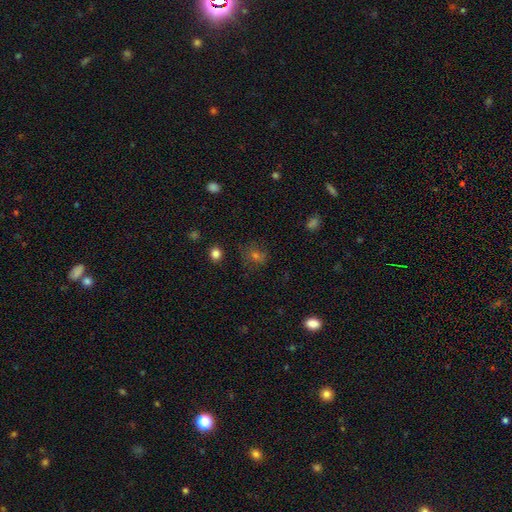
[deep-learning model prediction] Morphology: type=smooth (56%); roundness=round (74%); merging=none (75%).